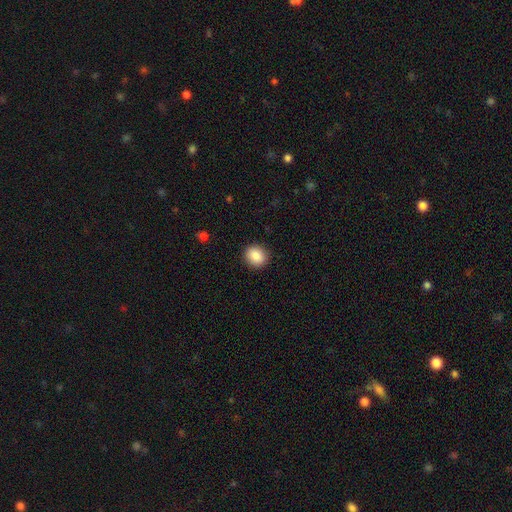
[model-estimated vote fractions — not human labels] Morphology: type=smooth (88%); roundness=round (72%); merging=none (91%).